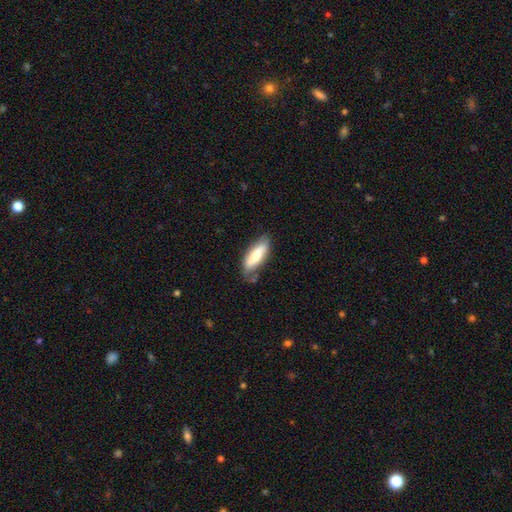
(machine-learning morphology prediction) smooth 67%, featured or disk 28%, star or artifact 6%. Down the decision tree: how rounded — in between (63%); merging — none (64%).